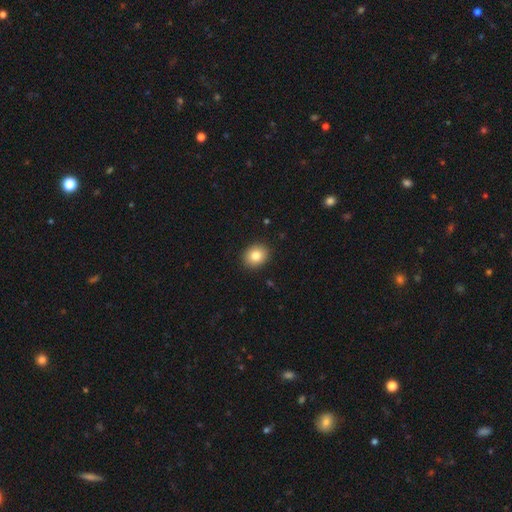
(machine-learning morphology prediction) Overall: smooth (82%). How rounded: round (61%; in between 39%). Merging: none (91%).